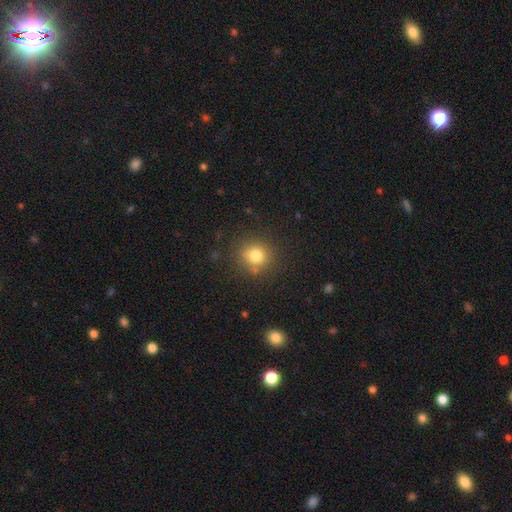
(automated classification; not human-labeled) The model was most divided on "smooth or featured": smooth: 79%, star or artifact: 13%, featured or disk: 8%. More confident: how rounded — round (87%); merging — none (82%).